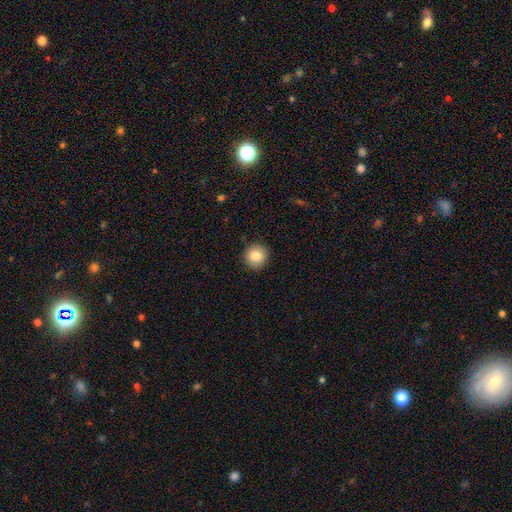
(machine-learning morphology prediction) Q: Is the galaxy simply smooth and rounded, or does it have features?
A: smooth — 85%.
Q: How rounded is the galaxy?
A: round — 92%.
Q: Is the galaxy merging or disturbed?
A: none — 91%.